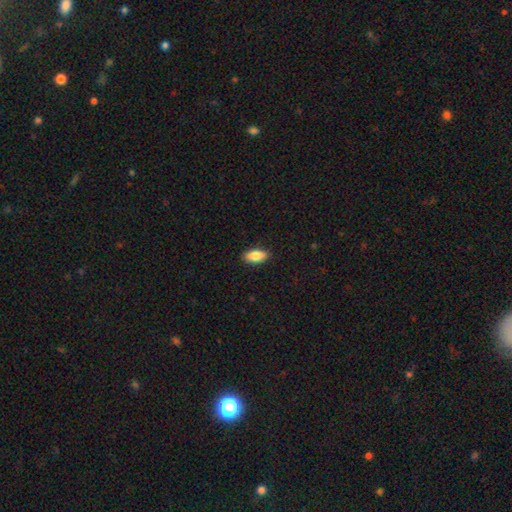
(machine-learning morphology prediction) A smooth galaxy with no disk features (83%) that is in between round and cigar-shaped (88%). Merging: none (89%).